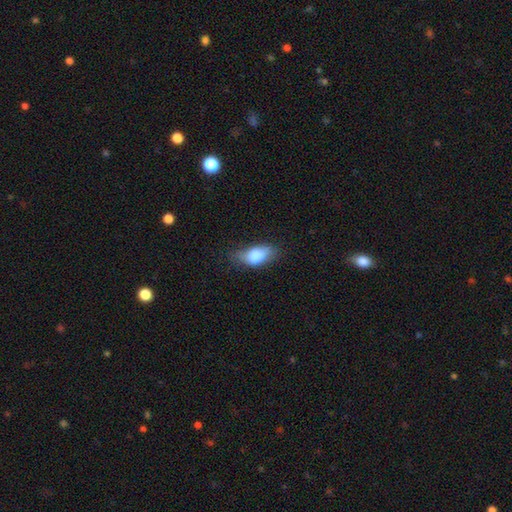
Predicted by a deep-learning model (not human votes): Morphology: type=smooth (79%); roundness=in between (88%); merging=none (46%).